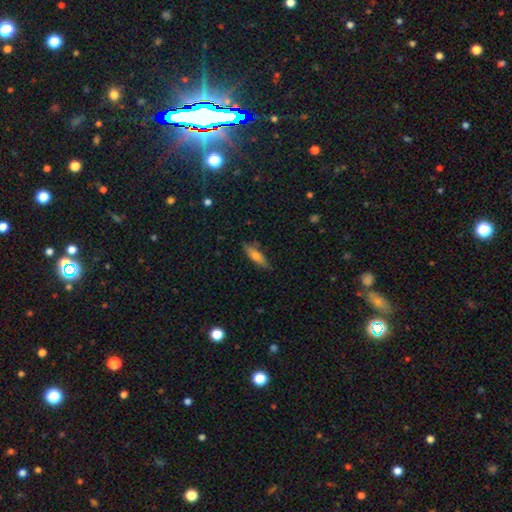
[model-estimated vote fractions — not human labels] Morphology: type=smooth (68%); roundness=cigar-shaped (58%); merging=none (80%).